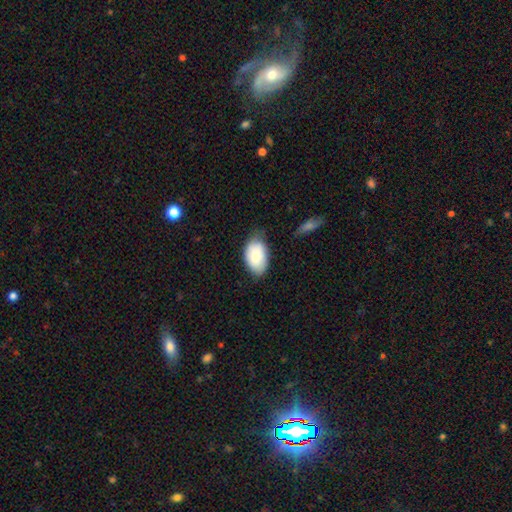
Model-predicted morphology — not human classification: A smooth galaxy with no disk features (80%) that is in between round and cigar-shaped (91%).

Vote fractions:
- Smooth or featured? smooth: 80% / featured or disk: 13% / star or artifact: 7%
- How rounded? in between: 91% / round: 8% / cigar-shaped: 1%
- Merging? none: 67% / minor disturbance: 26% / major disturbance: 5% / merger: 2%